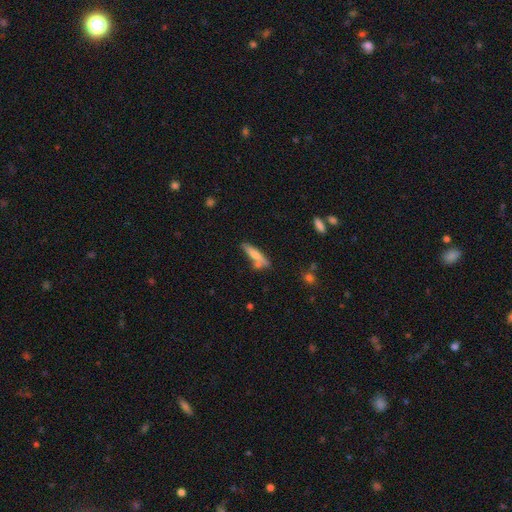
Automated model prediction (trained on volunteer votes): Smooth or featured? Predicted: smooth (p=0.67). How rounded? Predicted: cigar-shaped (p=0.77). Merging? Predicted: none (p=0.61).